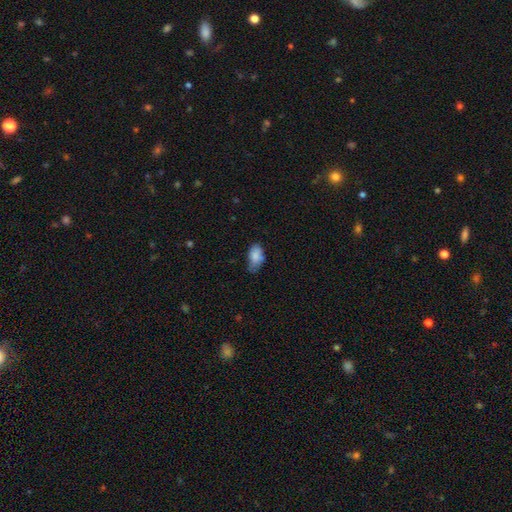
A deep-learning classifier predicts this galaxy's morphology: Q: Smooth or featured?
A: smooth (82%); runner-up: featured or disk (10%)
Q: How rounded?
A: in between (92%); runner-up: round (5%)
Q: Merging?
A: none (43%); runner-up: minor disturbance (42%)